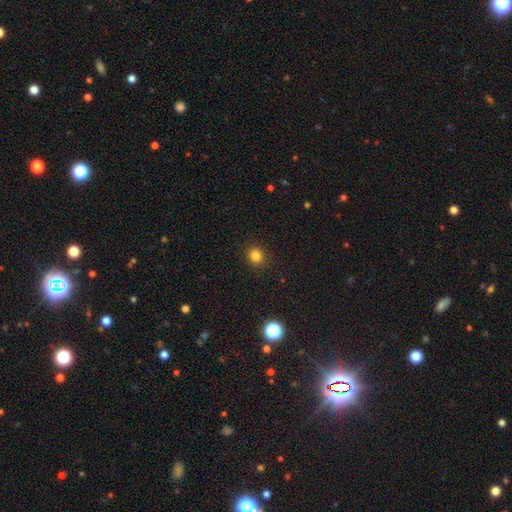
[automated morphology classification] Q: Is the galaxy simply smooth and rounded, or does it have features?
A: smooth — 82%.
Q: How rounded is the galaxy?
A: round — 83%.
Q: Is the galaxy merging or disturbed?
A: none — 90%.